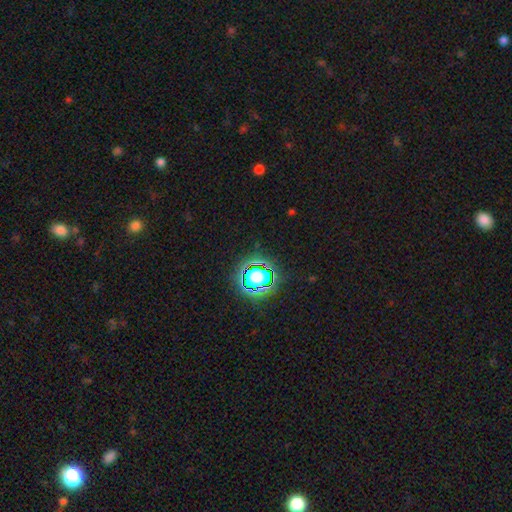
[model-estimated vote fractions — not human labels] This appears to be a star or artifact, not a galaxy (78%).